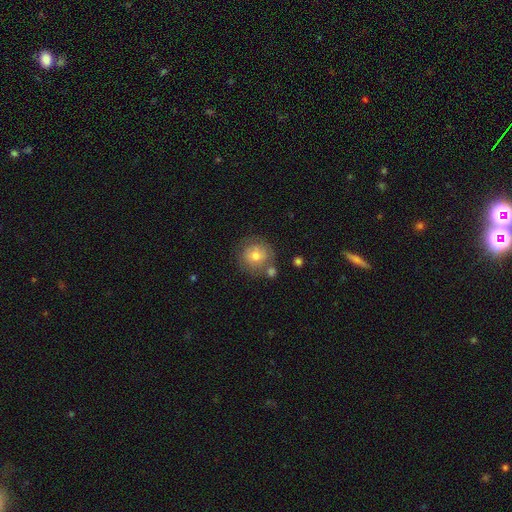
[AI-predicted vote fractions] Smooth or featured?
  - smooth: 70% *
  - featured or disk: 22%
  - star or artifact: 9%
How rounded?
  - round: 90% *
  - in between: 9%
  - cigar-shaped: 1%
Merging?
  - none: 66% *
  - minor disturbance: 16%
  - merger: 12%
  - major disturbance: 6%